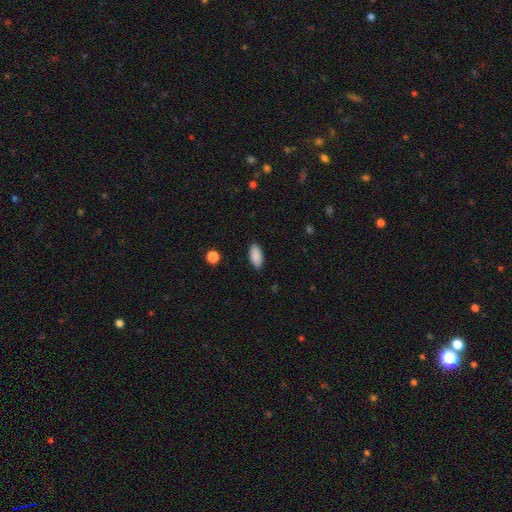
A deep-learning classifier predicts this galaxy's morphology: smooth_or_featured: smooth (p=0.90) [alt: star or artifact p=0.07]
how_rounded: in between (p=0.92) [alt: cigar-shaped p=0.06]
merging: none (p=0.89) [alt: minor disturbance p=0.08]